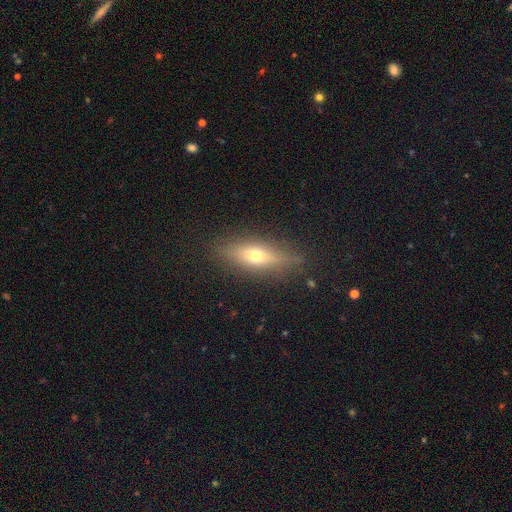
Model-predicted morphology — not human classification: This is possibly a smooth galaxy (52%). How rounded: possibly cigar-shaped (50%). Merging: clearly none (84%).